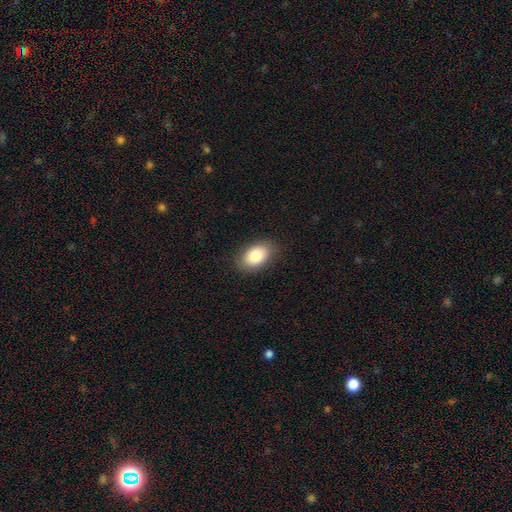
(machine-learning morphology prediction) The model was most divided on "smooth or featured": smooth: 81%, featured or disk: 11%, star or artifact: 7%. More confident: how rounded — in between (88%); merging — none (85%).